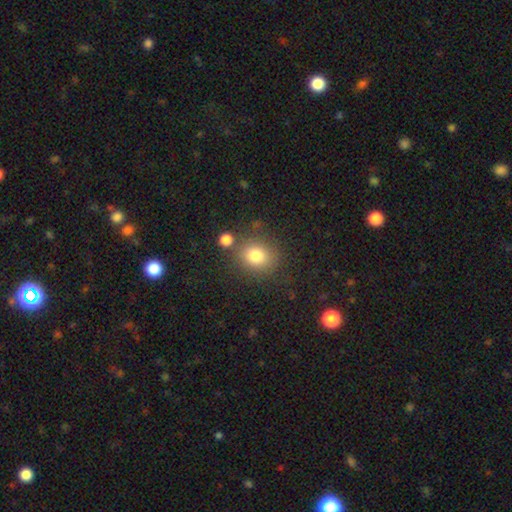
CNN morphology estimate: A smooth galaxy with no disk features (80%) that is round (74%). Merging: none (76%).